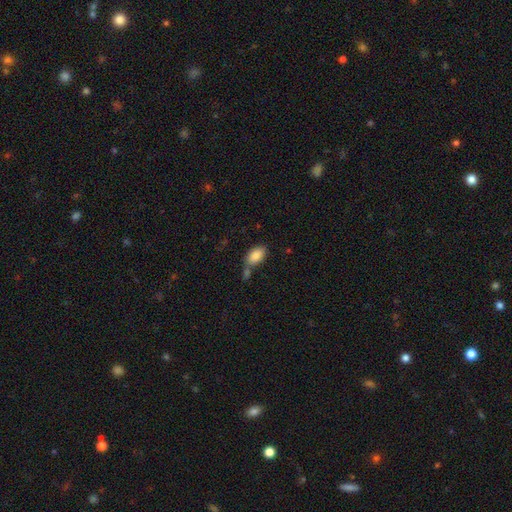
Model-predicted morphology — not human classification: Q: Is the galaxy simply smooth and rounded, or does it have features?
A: smooth — 87%.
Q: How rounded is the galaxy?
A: in between — 93%.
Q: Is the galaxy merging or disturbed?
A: none — 55%.